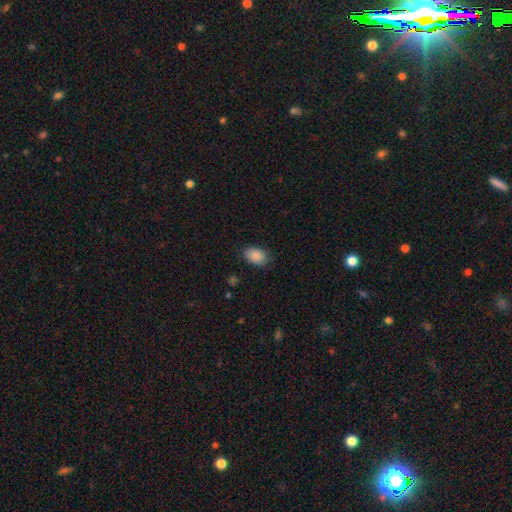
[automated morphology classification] smooth-or-featured: smooth: 89% | star or artifact: 7% | featured or disk: 4%
  how-rounded: in between: 86% | round: 13% | cigar-shaped: 1%
  merging: none: 83% | minor disturbance: 13% | major disturbance: 3% | merger: 1%